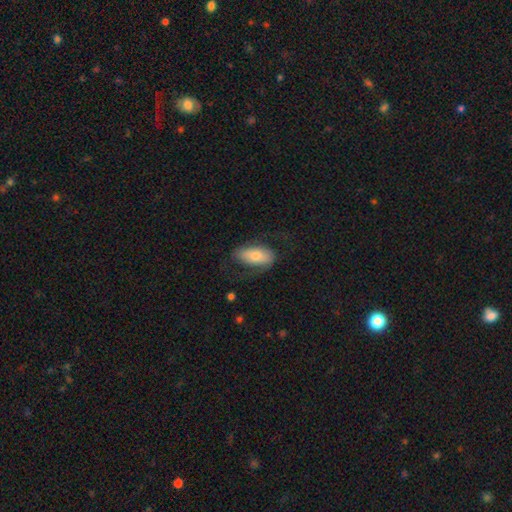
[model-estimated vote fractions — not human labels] This is likely a smooth galaxy (63%). How rounded: clearly in between (88%). Merging: likely none (63%).